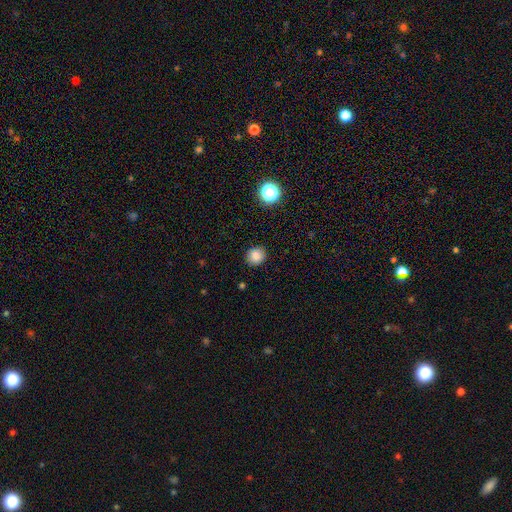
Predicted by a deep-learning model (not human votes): A smooth galaxy with no disk features (84%) that is round (81%). Merging: none (89%).